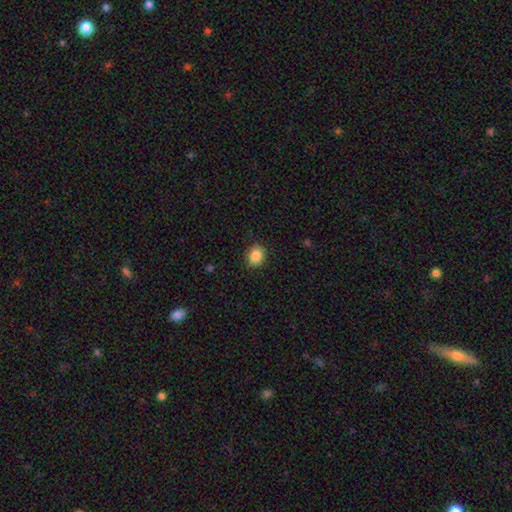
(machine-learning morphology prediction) Smooth or featured: smooth — 86% (star or artifact — 9%)
How rounded: round — 62% (in between — 37%)
Merging: none — 88% (minor disturbance — 9%)